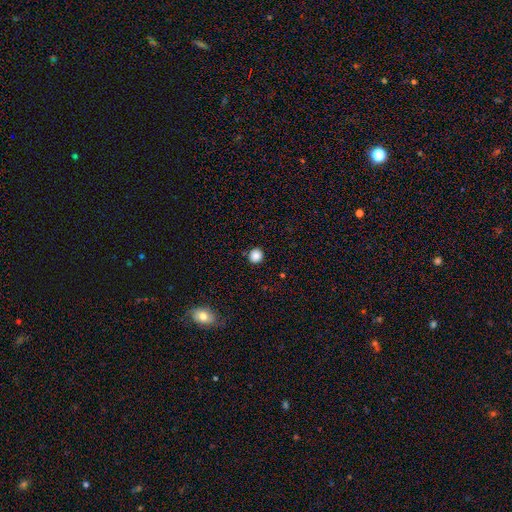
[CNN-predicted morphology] Smooth or featured? smooth (86%)
How rounded? round (92%)
Merging? none (90%)